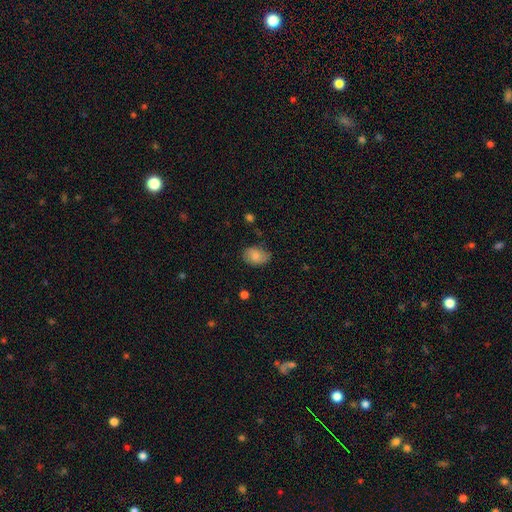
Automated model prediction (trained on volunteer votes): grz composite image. It shows a smooth galaxy with no disk features (75%) that is in between round and cigar-shaped (80%). Merging: none (69%).